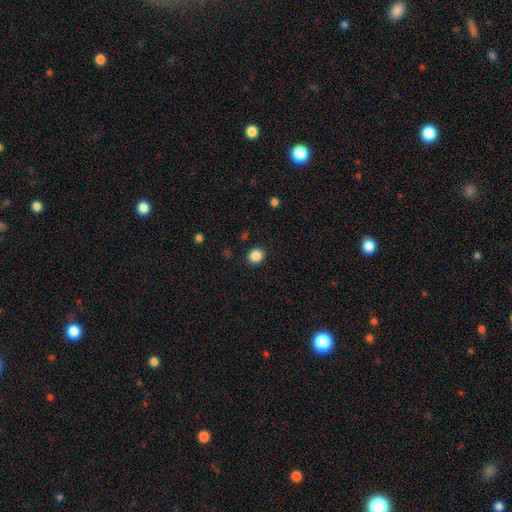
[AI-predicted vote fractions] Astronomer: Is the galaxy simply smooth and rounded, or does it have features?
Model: smooth — 87%.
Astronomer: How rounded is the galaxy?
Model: round — 84%.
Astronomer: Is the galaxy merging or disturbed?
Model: none — 91%.